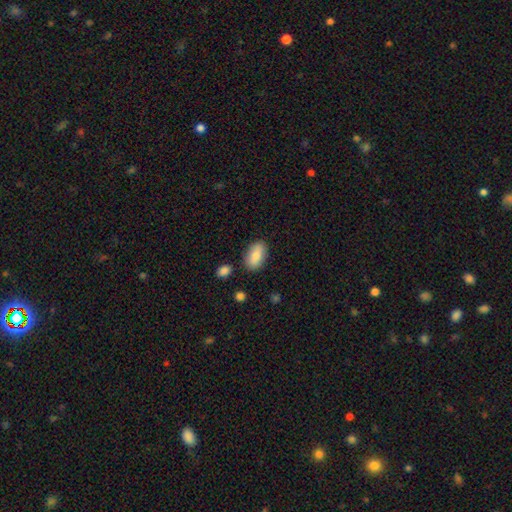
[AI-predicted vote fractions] Smooth or featured: smooth — 81% (featured or disk — 12%)
How rounded: in between — 92% (round — 5%)
Merging: none — 84% (minor disturbance — 11%)